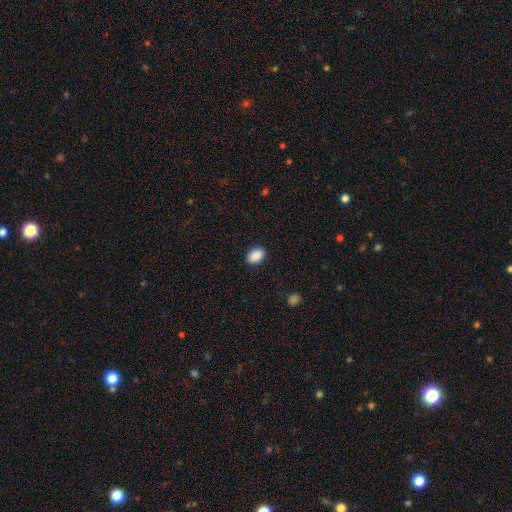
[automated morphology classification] Q: Smooth or featured?
A: smooth (90%); runner-up: star or artifact (8%)
Q: How rounded?
A: in between (82%); runner-up: round (17%)
Q: Merging?
A: none (89%); runner-up: minor disturbance (8%)